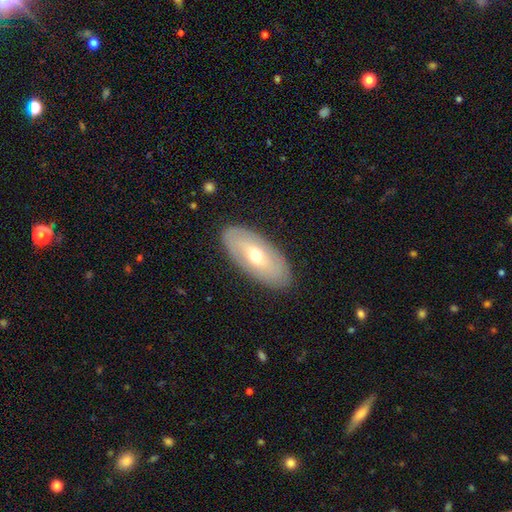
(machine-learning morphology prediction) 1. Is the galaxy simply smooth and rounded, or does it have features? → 49% featured or disk, 44% smooth, 6% star or artifact.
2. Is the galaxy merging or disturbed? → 86% none, 10% minor disturbance, 3% major disturbance, 1% merger.